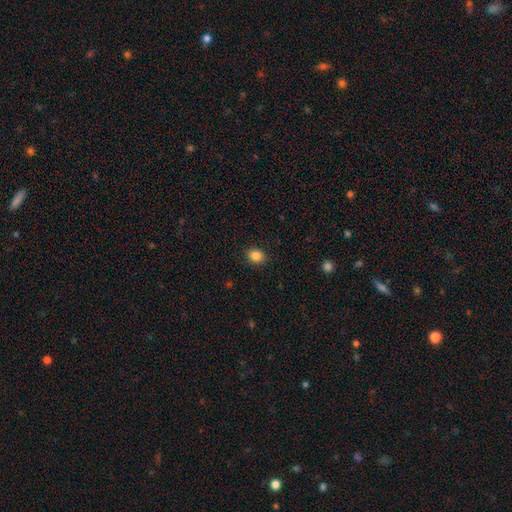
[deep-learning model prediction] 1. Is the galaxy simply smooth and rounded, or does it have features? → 86% smooth, 10% star or artifact, 4% featured or disk.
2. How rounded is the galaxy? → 56% round, 43% in between, 1% cigar-shaped.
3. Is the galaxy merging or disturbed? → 90% none, 7% minor disturbance, 2% major disturbance, 1% merger.